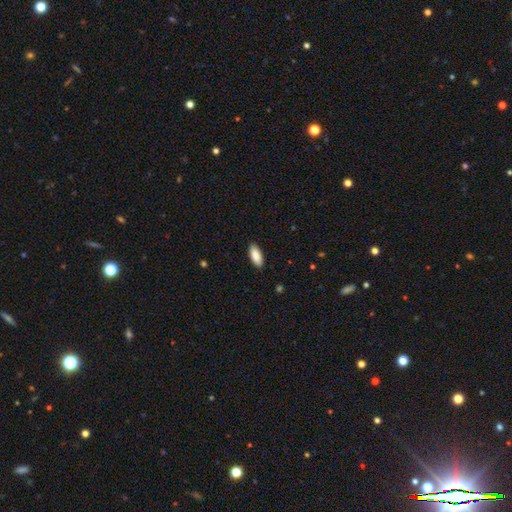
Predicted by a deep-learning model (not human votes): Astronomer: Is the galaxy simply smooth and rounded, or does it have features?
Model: smooth — 87%.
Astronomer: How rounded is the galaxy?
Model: in between — 82%.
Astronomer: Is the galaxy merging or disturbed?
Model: none — 90%.